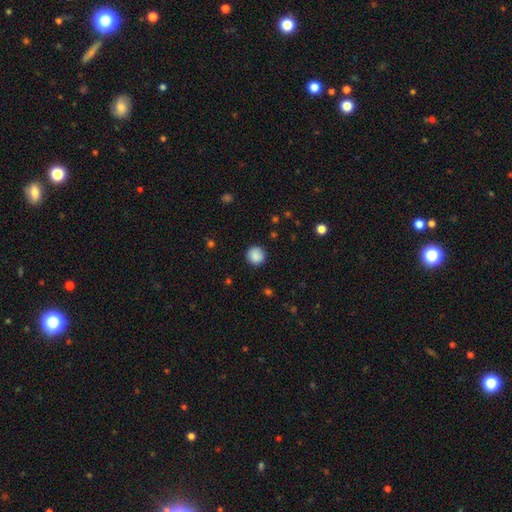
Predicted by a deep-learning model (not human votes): Q: Smooth or featured?
A: smooth (88%); runner-up: star or artifact (9%)
Q: How rounded?
A: round (94%); runner-up: in between (5%)
Q: Merging?
A: none (89%); runner-up: minor disturbance (7%)